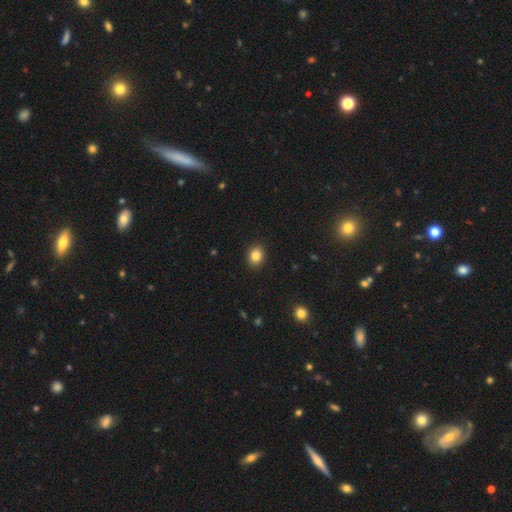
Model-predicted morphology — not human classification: smooth 84%, star or artifact 10%, featured or disk 6%. Down the decision tree: how rounded — round (58%); merging — none (91%).